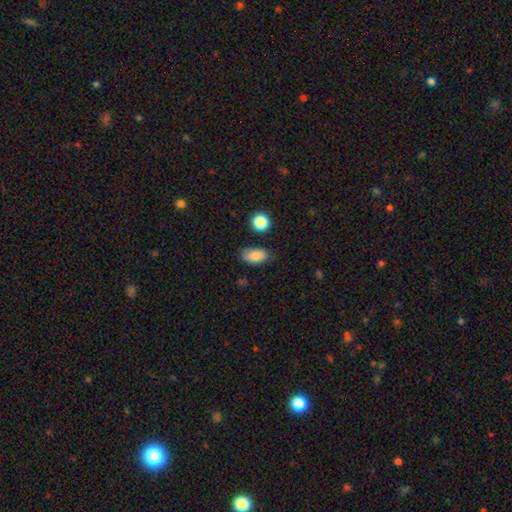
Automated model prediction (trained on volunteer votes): Q: Smooth or featured?
A: smooth (84%); runner-up: star or artifact (9%)
Q: How rounded?
A: in between (89%); runner-up: round (9%)
Q: Merging?
A: none (70%); runner-up: minor disturbance (23%)